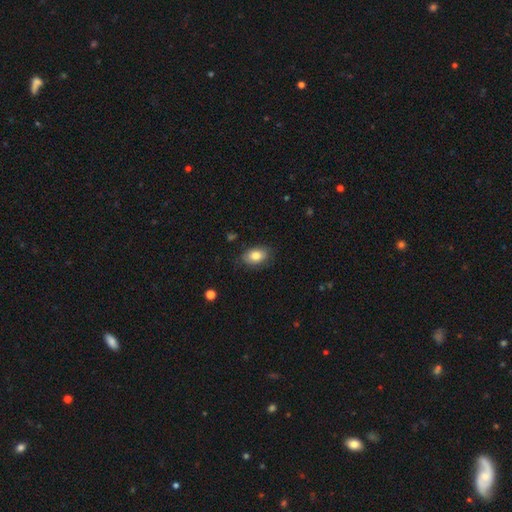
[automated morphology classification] smooth 80%, featured or disk 12%, star or artifact 7%. Down the decision tree: how rounded — in between (86%); merging — none (81%).